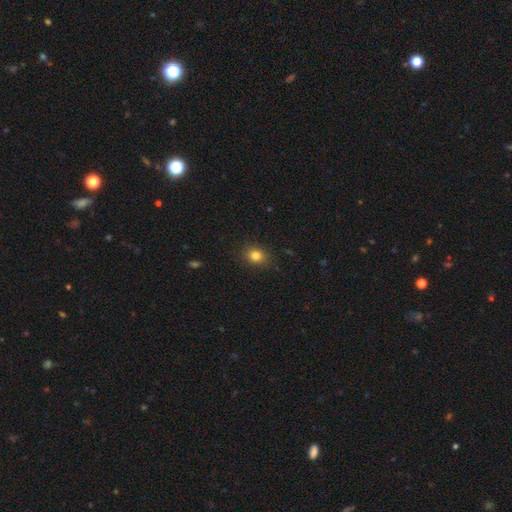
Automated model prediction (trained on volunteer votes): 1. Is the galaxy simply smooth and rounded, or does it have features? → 82% smooth, 12% star or artifact, 6% featured or disk.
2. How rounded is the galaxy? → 57% round, 42% in between, 1% cigar-shaped.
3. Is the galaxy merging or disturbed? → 87% none, 9% minor disturbance, 2% major disturbance, 1% merger.